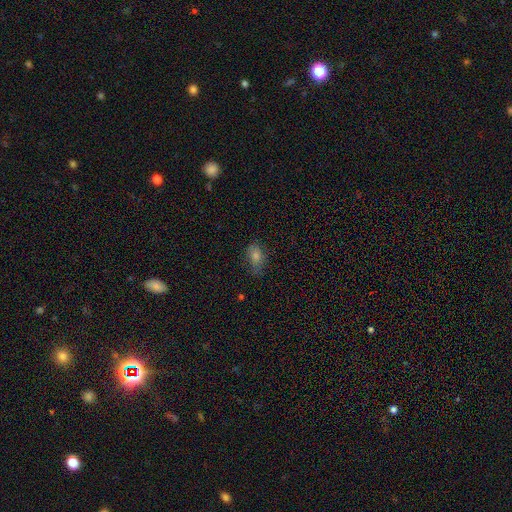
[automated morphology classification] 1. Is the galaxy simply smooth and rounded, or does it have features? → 66% smooth, 19% star or artifact, 16% featured or disk.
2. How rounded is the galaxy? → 78% in between, 18% round, 4% cigar-shaped.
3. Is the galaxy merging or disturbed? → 69% none, 23% minor disturbance, 7% major disturbance, 2% merger.